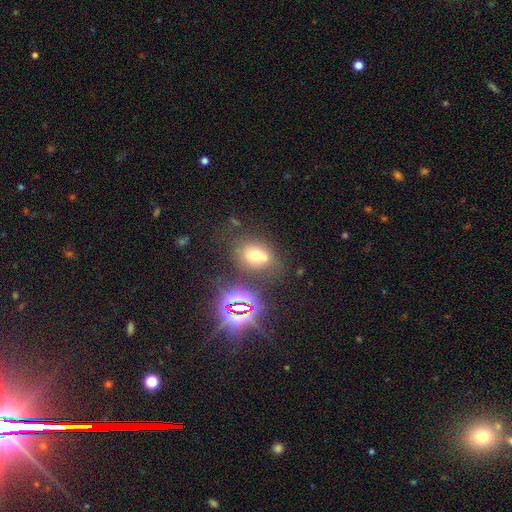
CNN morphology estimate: A smooth galaxy with no disk features (58%) that is in between round and cigar-shaped (54%). Merging: none (47%).